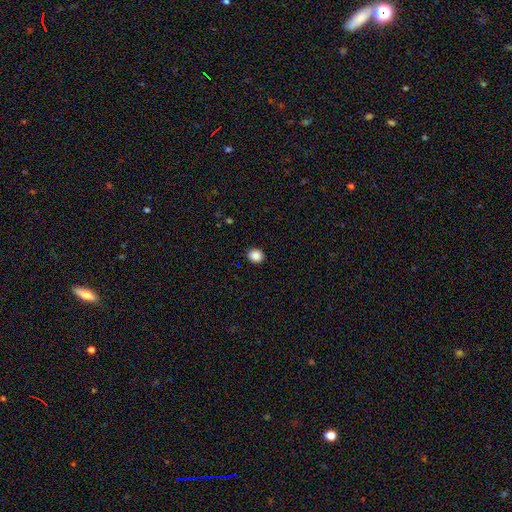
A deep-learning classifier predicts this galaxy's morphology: smooth 87%, star or artifact 10%, featured or disk 4%. Down the decision tree: how rounded — round (80%); merging — none (92%).